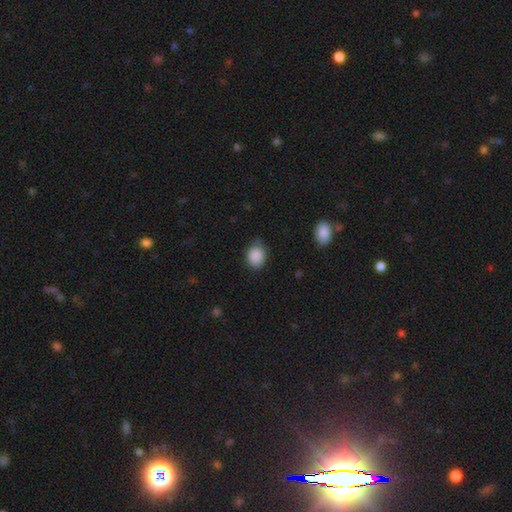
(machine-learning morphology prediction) This appears to be a smooth galaxy with no disk features (88%) that is round (51%). Merging: none (68%).